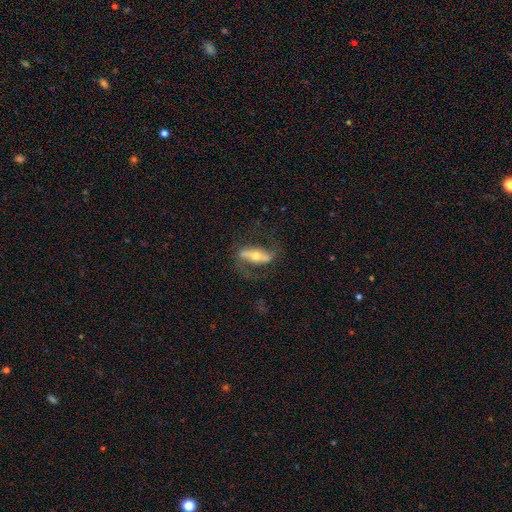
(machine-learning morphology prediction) Smooth or featured? Predicted: featured or disk (p=0.73). Edge-on disk? Predicted: no (p=0.80). Bar? Predicted: strong (p=0.59). Spiral arms? Predicted: yes (p=0.82). Bulge size? Predicted: moderate (p=0.55). Merging? Predicted: none (p=0.66).